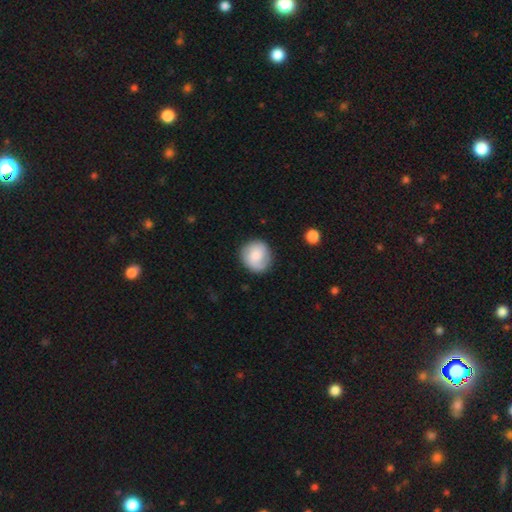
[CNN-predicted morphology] type=smooth (66%); roundness=round (87%); merging=none (82%).